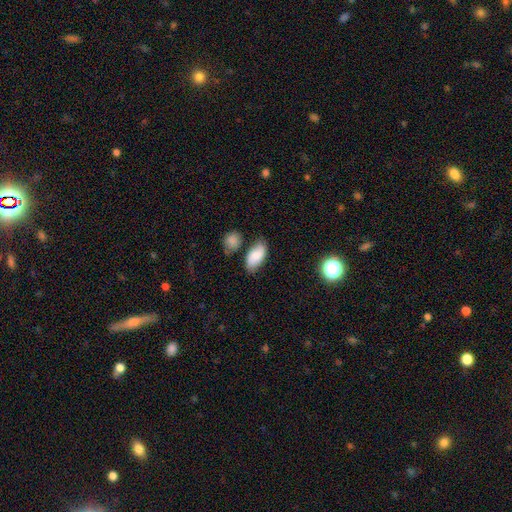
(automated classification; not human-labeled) A smooth galaxy with no disk features (75%) that is in between round and cigar-shaped (93%).

Vote fractions:
- Smooth or featured? smooth: 75% / featured or disk: 17% / star or artifact: 8%
- How rounded? in between: 93% / round: 4% / cigar-shaped: 3%
- Merging? none: 67% / minor disturbance: 20% / merger: 8% / major disturbance: 5%